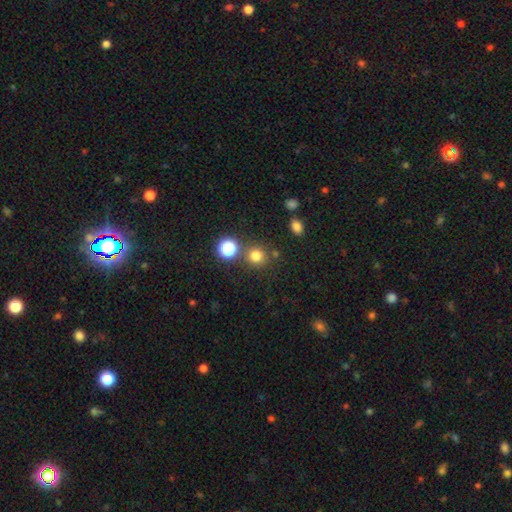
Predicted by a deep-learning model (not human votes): This is likely a smooth galaxy (76%). How rounded: clearly round (90%). Merging: likely none (78%).